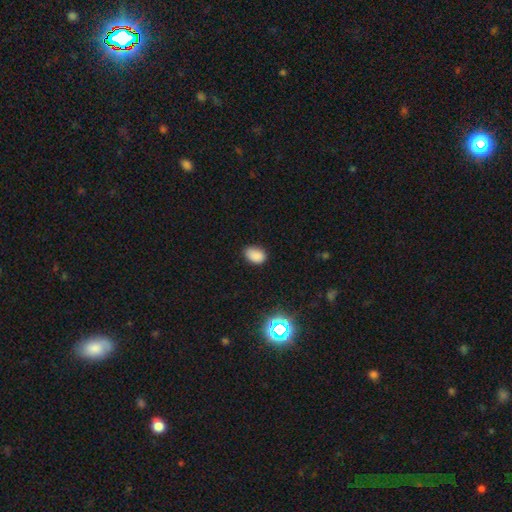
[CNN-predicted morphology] Overall: smooth (84%). How rounded: in between (80%). Merging: none (79%).